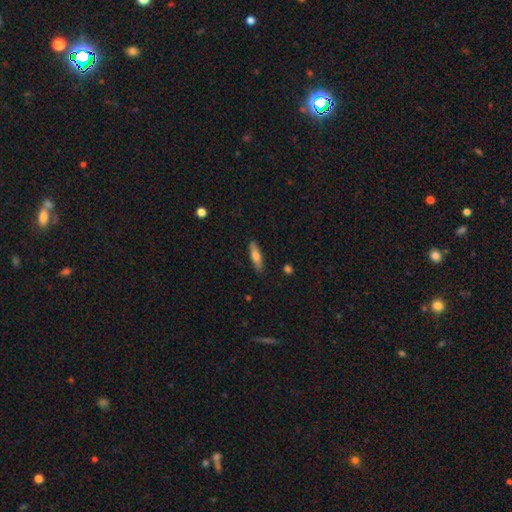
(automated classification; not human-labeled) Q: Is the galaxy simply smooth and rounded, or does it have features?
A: smooth — 66%.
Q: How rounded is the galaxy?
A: cigar-shaped — 68%.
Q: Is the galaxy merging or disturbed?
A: none — 86%.